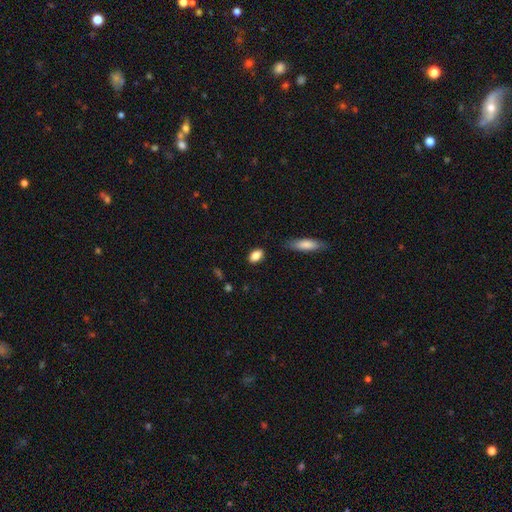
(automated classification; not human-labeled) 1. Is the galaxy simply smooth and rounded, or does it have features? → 85% smooth, 8% star or artifact, 7% featured or disk.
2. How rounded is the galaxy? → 85% in between, 10% round, 5% cigar-shaped.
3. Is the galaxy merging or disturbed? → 84% none, 12% minor disturbance, 3% major disturbance, 2% merger.